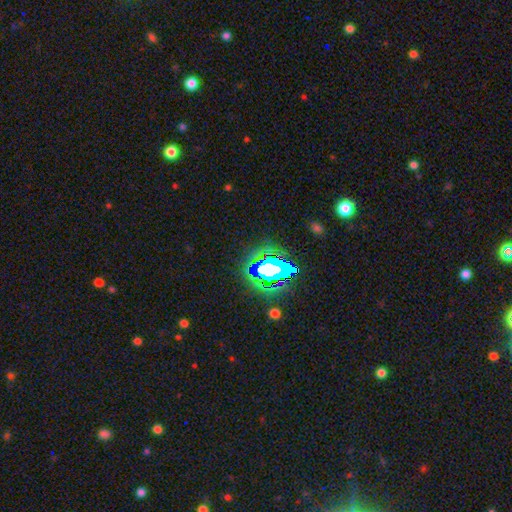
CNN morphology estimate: This is likely a star or artifact rather than a galaxy (78%).